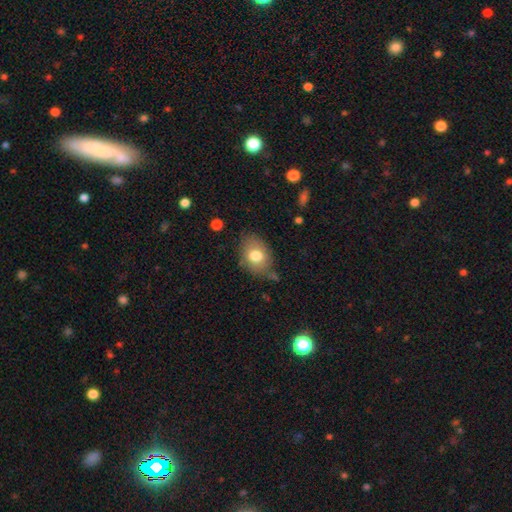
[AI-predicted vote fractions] Smooth or featured: smooth — 76% (featured or disk — 16%)
How rounded: in between — 74% (round — 25%)
Merging: none — 70% (minor disturbance — 21%)